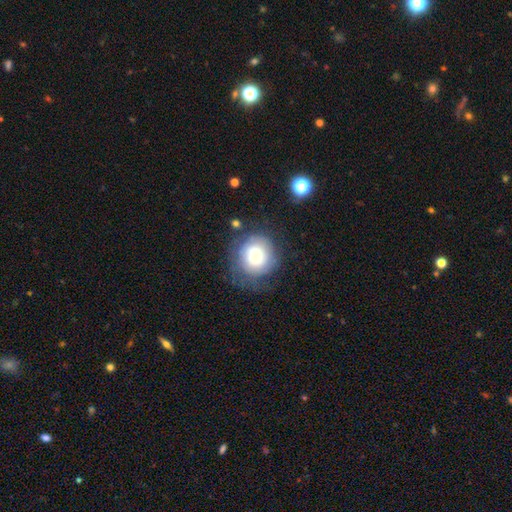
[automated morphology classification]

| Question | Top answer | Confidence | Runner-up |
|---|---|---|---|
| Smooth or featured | smooth | 64% | featured or disk (26%) |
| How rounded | round | 88% | in between (11%) |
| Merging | none | 66% | minor disturbance (20%) |